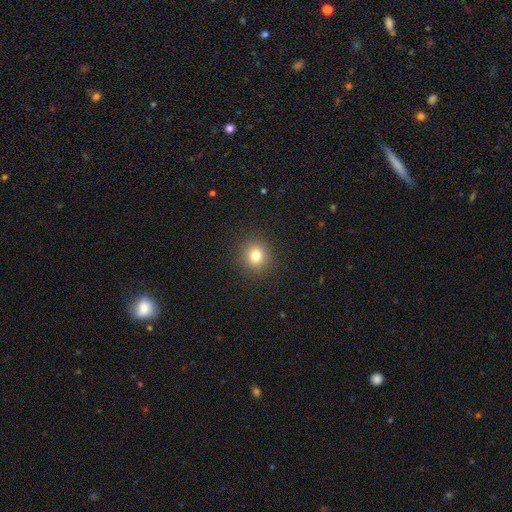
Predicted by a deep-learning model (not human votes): Smooth or featured: smooth — 80% (star or artifact — 13%)
How rounded: round — 87% (in between — 12%)
Merging: none — 91% (minor disturbance — 6%)